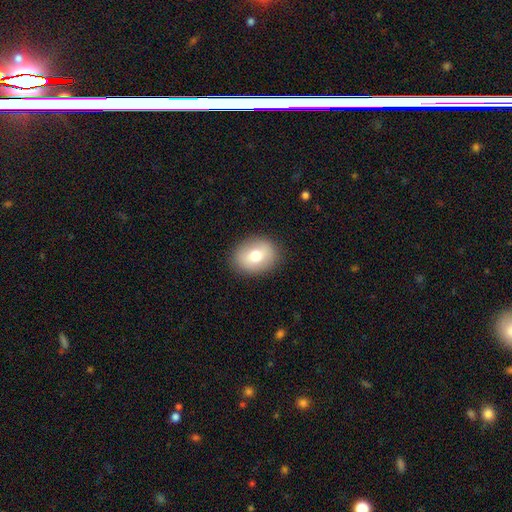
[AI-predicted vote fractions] A smooth galaxy with no disk features (72%) that is in between round and cigar-shaped (60%). Merging: none (88%).